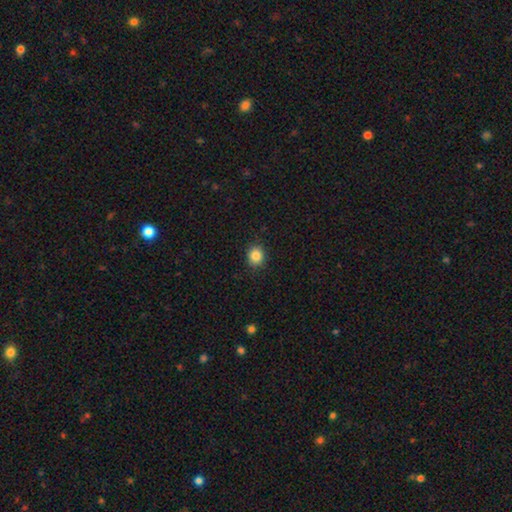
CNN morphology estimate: smooth 86%, star or artifact 10%, featured or disk 4%. Down the decision tree: how rounded — round (80%); merging — none (89%).